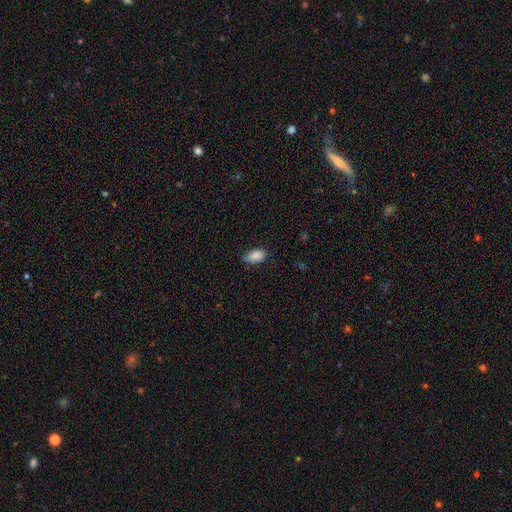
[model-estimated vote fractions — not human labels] Smooth or featured? Predicted: smooth (p=0.88). How rounded? Predicted: in between (p=0.93). Merging? Predicted: none (p=0.74).